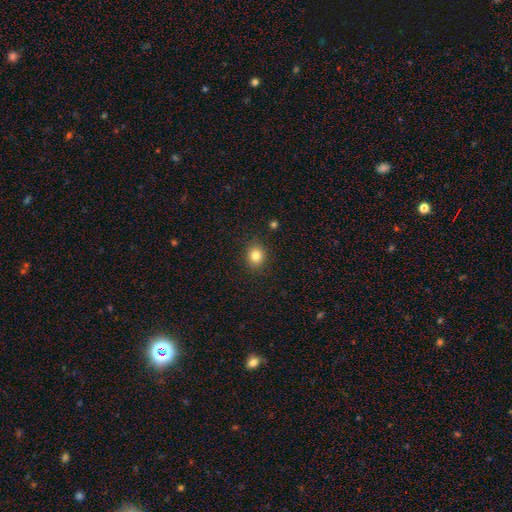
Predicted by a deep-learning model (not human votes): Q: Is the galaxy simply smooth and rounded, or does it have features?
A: smooth — 83%.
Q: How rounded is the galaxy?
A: round — 69%.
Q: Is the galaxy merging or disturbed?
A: none — 88%.